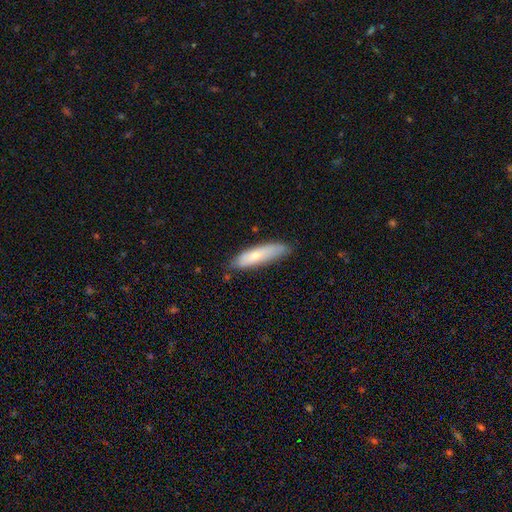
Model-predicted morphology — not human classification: Overall: smooth (65%; featured or disk 29%). How rounded: cigar-shaped (66%; in between 33%). Merging: none (74%).